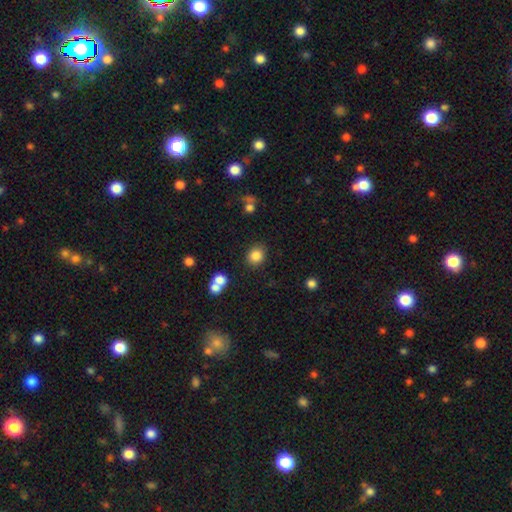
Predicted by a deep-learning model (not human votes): Q: Smooth or featured?
A: smooth (84%); runner-up: star or artifact (11%)
Q: How rounded?
A: round (72%); runner-up: in between (27%)
Q: Merging?
A: none (82%); runner-up: minor disturbance (9%)